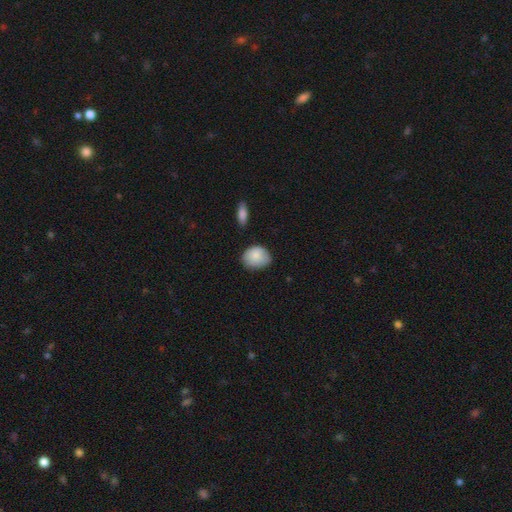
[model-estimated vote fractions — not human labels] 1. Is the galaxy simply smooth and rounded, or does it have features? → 85% smooth, 8% featured or disk, 7% star or artifact.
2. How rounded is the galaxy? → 56% in between, 43% round, 1% cigar-shaped.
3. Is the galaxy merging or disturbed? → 69% none, 25% minor disturbance, 4% major disturbance, 3% merger.